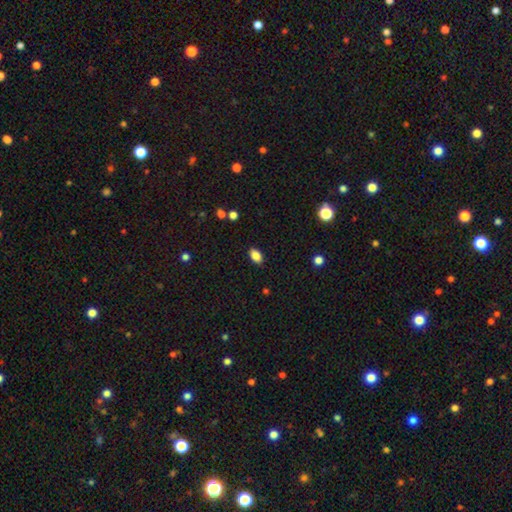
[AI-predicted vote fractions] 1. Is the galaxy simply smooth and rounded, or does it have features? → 86% smooth, 9% star or artifact, 5% featured or disk.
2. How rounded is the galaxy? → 90% in between, 9% round, 2% cigar-shaped.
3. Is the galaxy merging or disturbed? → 88% none, 9% minor disturbance, 2% major disturbance, 1% merger.